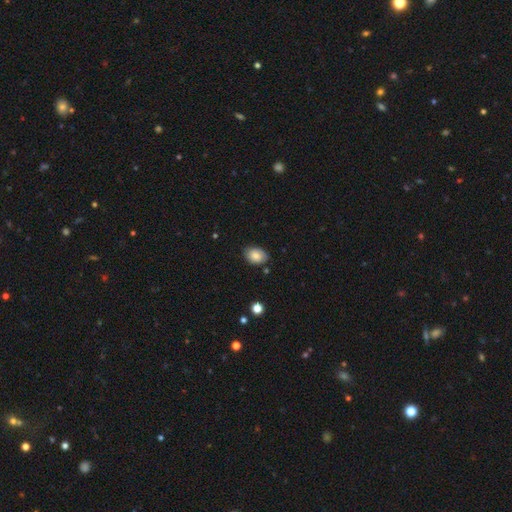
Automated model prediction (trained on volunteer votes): Morphology: type=smooth (81%); roundness=in between (79%); merging=none (78%).